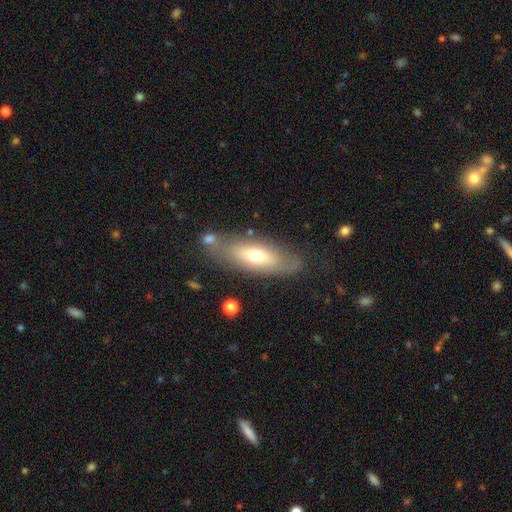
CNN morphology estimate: smooth_or_featured: smooth (p=0.55) [alt: featured or disk p=0.38]
how_rounded: in between (p=0.64) [alt: cigar-shaped p=0.33]
merging: none (p=0.70) [alt: minor disturbance p=0.18]